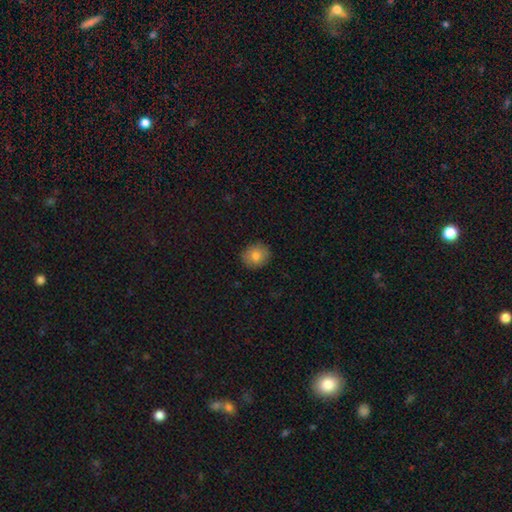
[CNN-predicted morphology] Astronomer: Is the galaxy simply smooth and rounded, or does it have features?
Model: smooth — 81%.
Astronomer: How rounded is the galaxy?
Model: round — 74%.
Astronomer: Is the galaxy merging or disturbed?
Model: none — 88%.